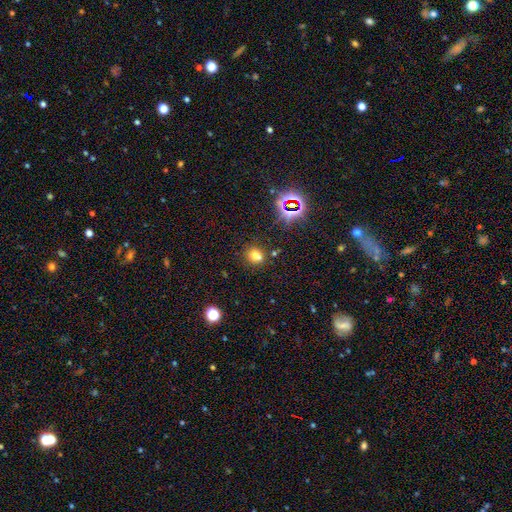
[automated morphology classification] This appears to be a smooth galaxy with no disk features (68%) that is round (60%). Merging: none (75%).